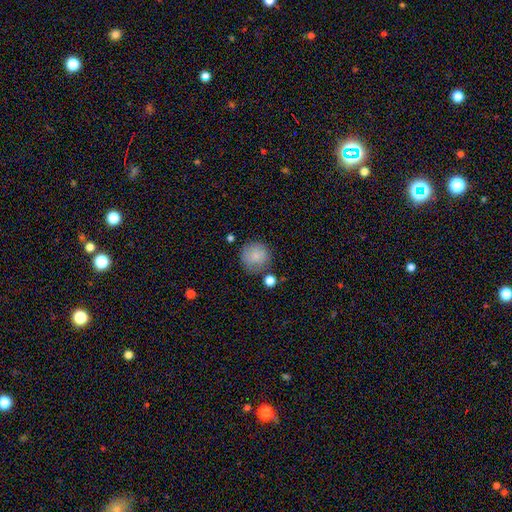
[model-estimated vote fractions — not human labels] This appears to be a smooth galaxy with no disk features (82%) that is round (93%). Merging: none (72%).